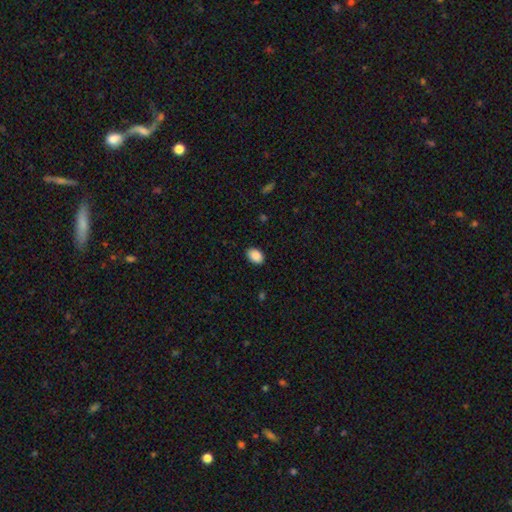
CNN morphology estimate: Smooth or featured?
  - smooth: 90% *
  - star or artifact: 8%
  - featured or disk: 3%
How rounded?
  - in between: 86% *
  - round: 13%
  - cigar-shaped: 1%
Merging?
  - none: 87% *
  - minor disturbance: 10%
  - major disturbance: 2%
  - merger: 1%